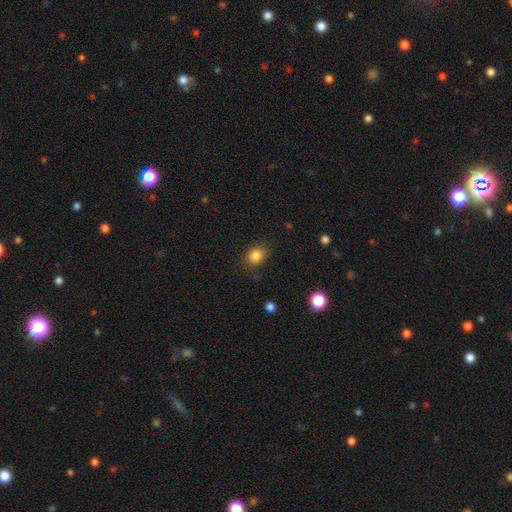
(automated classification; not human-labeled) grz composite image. It shows a smooth galaxy with no disk features (85%) that is round (61%). Merging: none (84%).